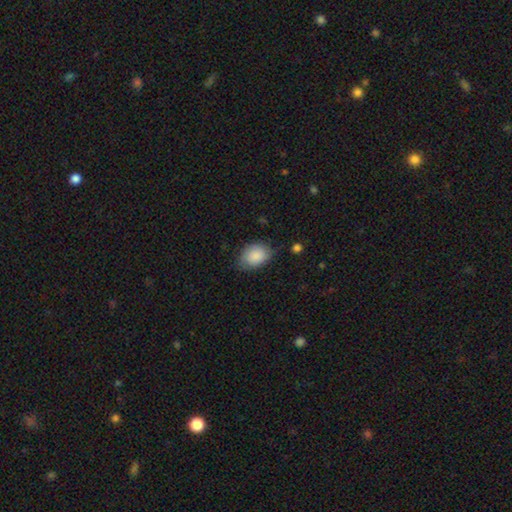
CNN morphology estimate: This is clearly a smooth galaxy (84%). How rounded: likely in between (75%). Merging: likely none (65%).